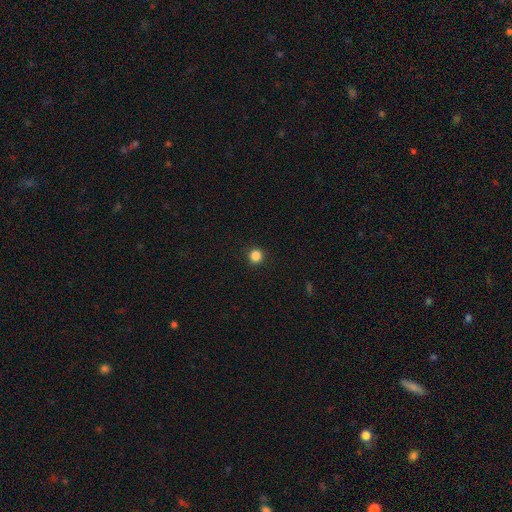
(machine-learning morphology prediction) Overall: smooth (85%). How rounded: round (95%). Merging: none (93%).